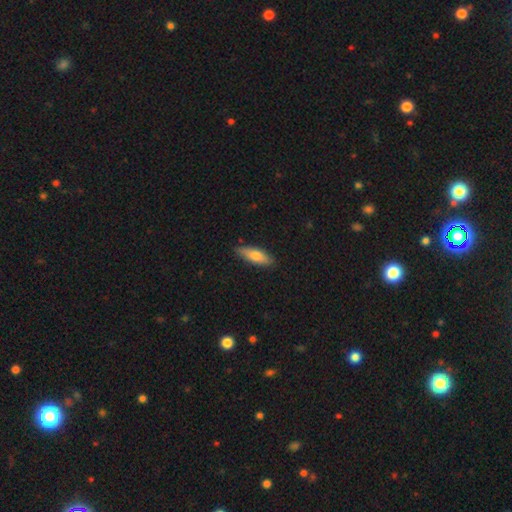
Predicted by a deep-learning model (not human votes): Smooth or featured? smooth (71%)
How rounded? in between (55%)
Merging? none (85%)